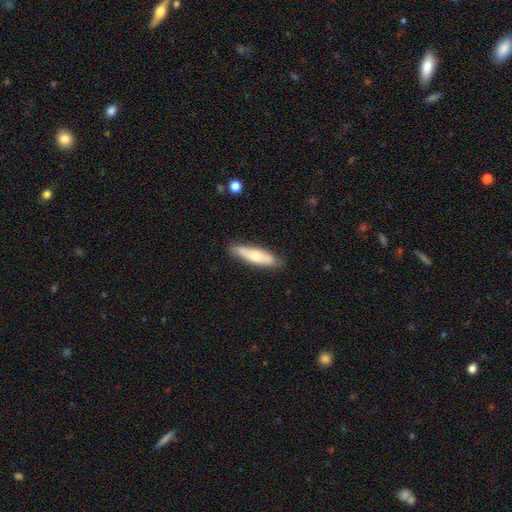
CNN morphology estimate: This is possibly a smooth galaxy (50%). How rounded: likely cigar-shaped (66%). Merging: clearly none (83%).